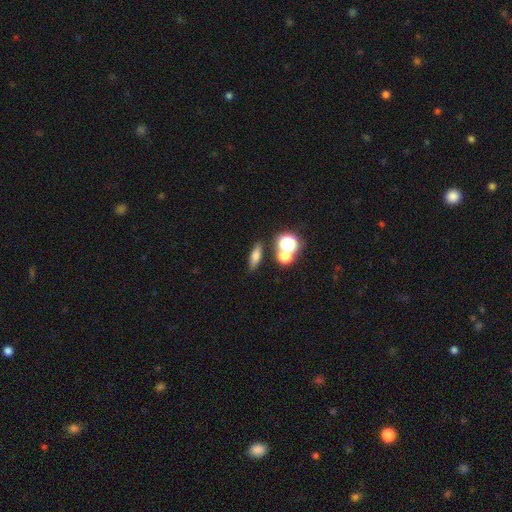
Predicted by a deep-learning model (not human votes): This appears to be a smooth galaxy with no disk features (63%) that is in between round and cigar-shaped (41%). Merging: none (77%).